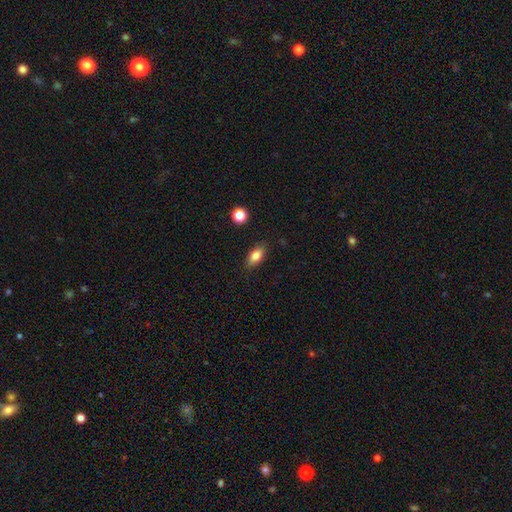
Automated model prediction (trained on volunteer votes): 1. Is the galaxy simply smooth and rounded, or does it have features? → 81% smooth, 11% featured or disk, 8% star or artifact.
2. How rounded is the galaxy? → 85% in between, 10% cigar-shaped, 5% round.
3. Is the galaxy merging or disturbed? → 85% none, 11% minor disturbance, 3% major disturbance, 2% merger.